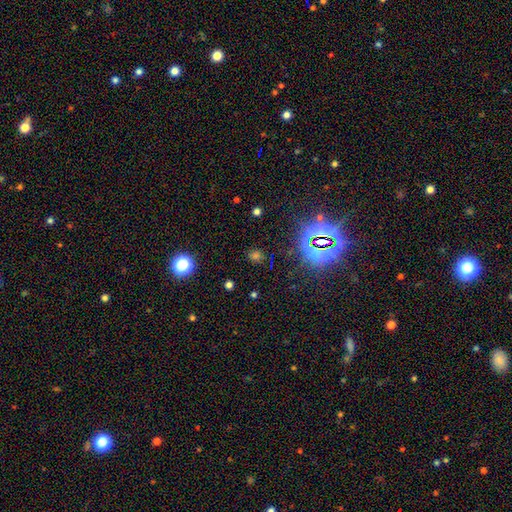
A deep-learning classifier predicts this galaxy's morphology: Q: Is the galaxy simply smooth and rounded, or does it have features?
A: star or artifact — 56%.